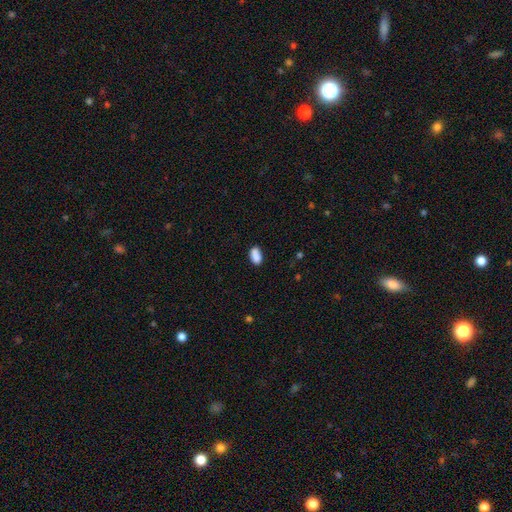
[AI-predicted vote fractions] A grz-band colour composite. It shows a smooth galaxy with no disk features (87%) that is in between round and cigar-shaped (92%). Merging: none (74%).